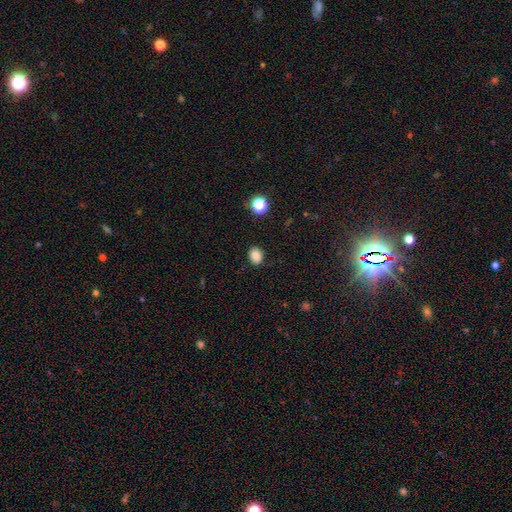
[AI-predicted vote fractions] A smooth galaxy with no disk features (85%) that is in between round and cigar-shaped (53%). Merging: none (87%).